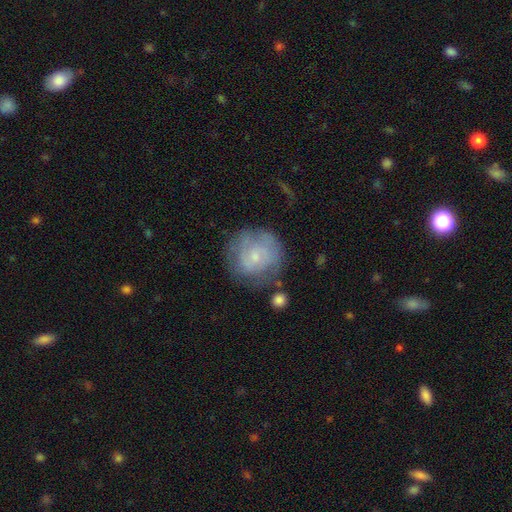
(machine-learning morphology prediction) A featured or disk galaxy (49%).

Vote fractions:
- Smooth or featured? featured or disk: 49% / smooth: 43% / star or artifact: 8%
- Merging? none: 66% / minor disturbance: 20% / major disturbance: 10% / merger: 4%